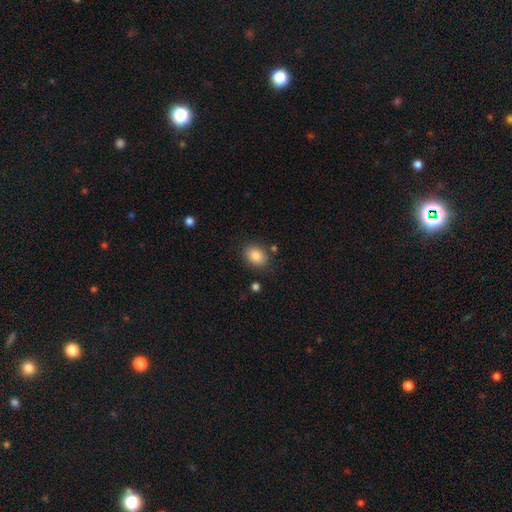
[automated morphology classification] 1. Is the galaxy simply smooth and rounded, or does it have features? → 86% smooth, 8% star or artifact, 6% featured or disk.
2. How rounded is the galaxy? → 66% in between, 33% round, 1% cigar-shaped.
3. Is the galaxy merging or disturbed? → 82% none, 11% minor disturbance, 3% major disturbance, 3% merger.